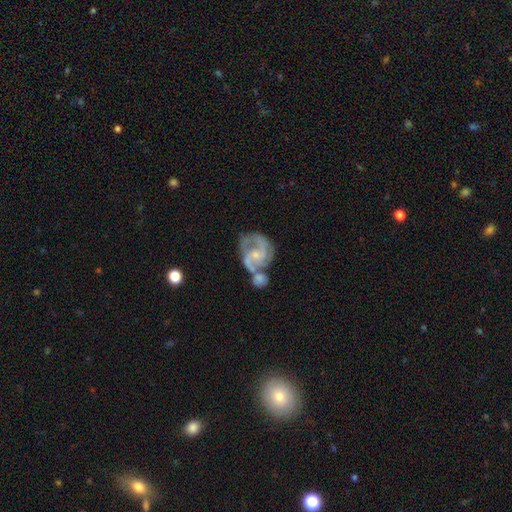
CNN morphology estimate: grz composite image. It shows a featured or disk galaxy (86%) with no bar (53%), 2 (65%) medium (54%) spiral arms (95%) and a small central bulge (64%). Merging: merger (39%).